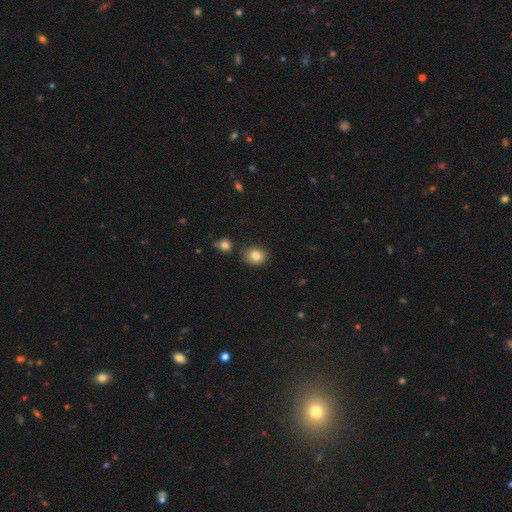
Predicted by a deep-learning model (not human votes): smooth 83%, star or artifact 10%, featured or disk 7%. Down the decision tree: how rounded — round (71%); merging — none (83%).